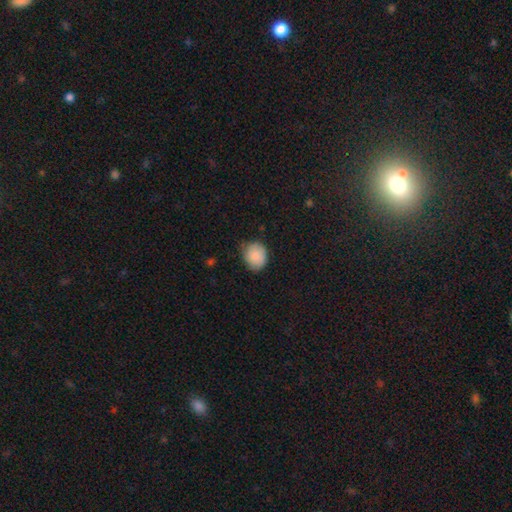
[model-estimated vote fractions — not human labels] A smooth galaxy with no disk features (86%) that is round (66%). Merging: none (71%).